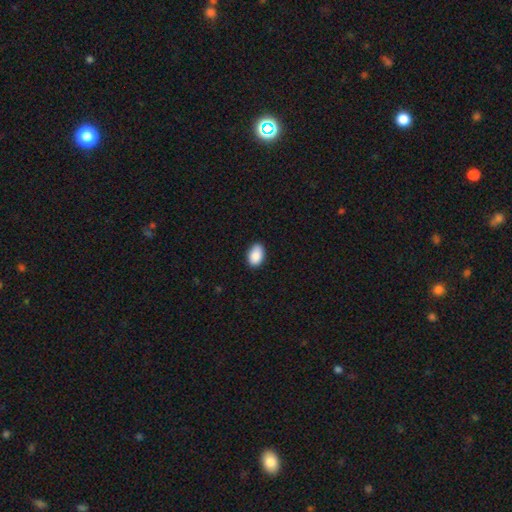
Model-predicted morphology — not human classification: smooth 89%, star or artifact 7%, featured or disk 4%. Down the decision tree: how rounded — in between (89%); merging — none (83%).